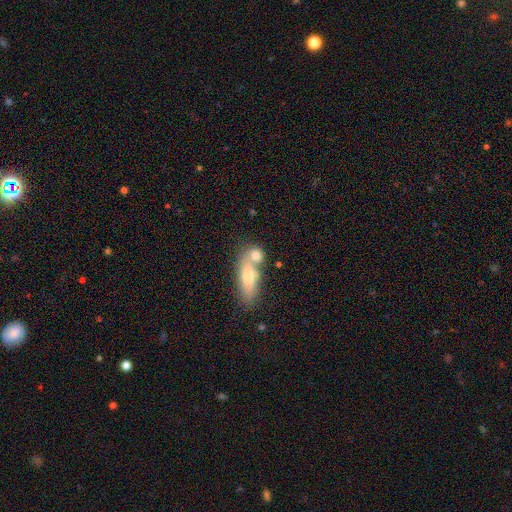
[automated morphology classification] A smooth galaxy with no disk features (75%) that is in between round and cigar-shaped (45%). Merging: merger (50%).